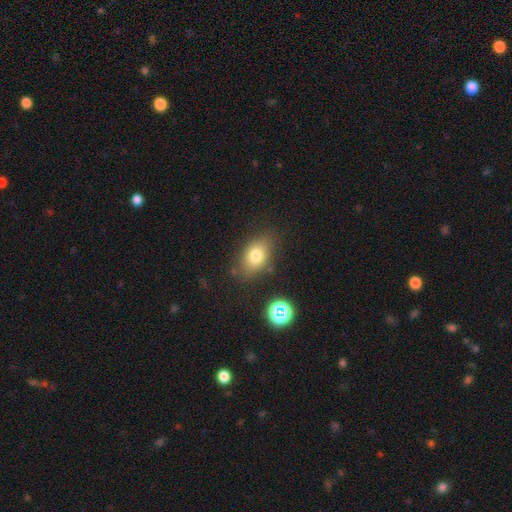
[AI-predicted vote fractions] smooth_or_featured: smooth (p=0.76) [alt: star or artifact p=0.12]
how_rounded: in between (p=0.79) [alt: round p=0.19]
merging: none (p=0.76) [alt: minor disturbance p=0.15]